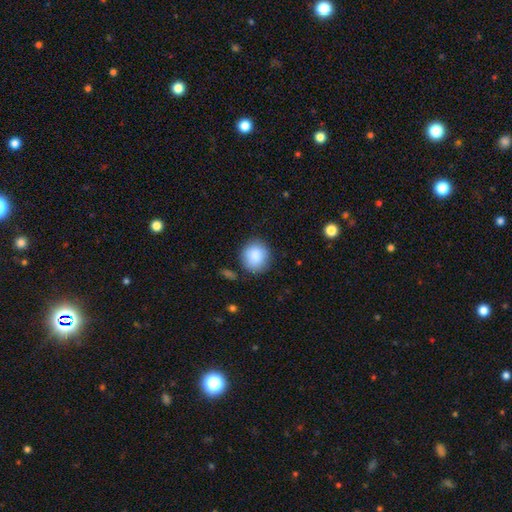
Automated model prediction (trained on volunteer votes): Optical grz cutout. It shows a smooth galaxy with no disk features (87%) that is round (84%). Merging: none (83%).